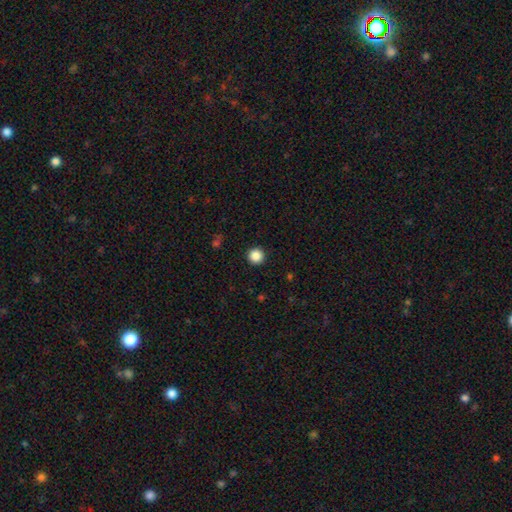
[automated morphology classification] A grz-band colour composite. It shows a smooth galaxy with no disk features (87%) that is round (96%). Merging: none (93%).